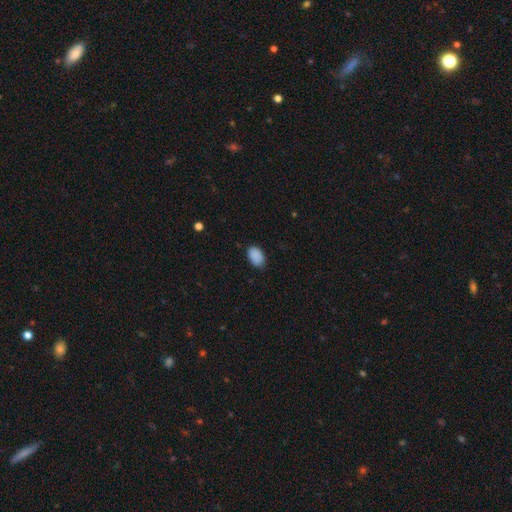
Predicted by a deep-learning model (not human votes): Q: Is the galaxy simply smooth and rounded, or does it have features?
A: smooth — 89%.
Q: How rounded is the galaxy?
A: in between — 88%.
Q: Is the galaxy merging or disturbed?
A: none — 80%.